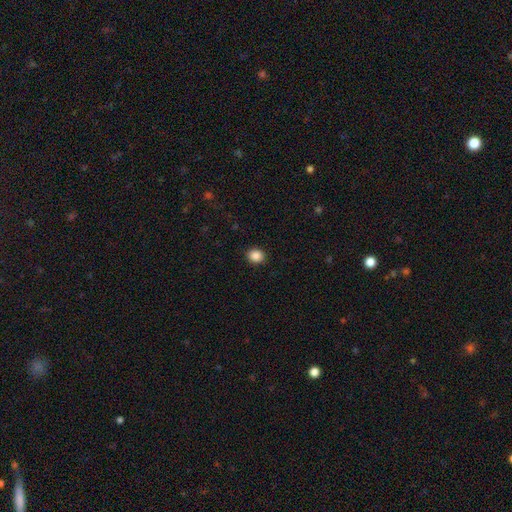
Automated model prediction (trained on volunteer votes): The model was most divided on "how rounded": round: 70%, in between: 30%, cigar-shaped: 1%. More confident: merging — none (91%); smooth or featured — smooth (88%).